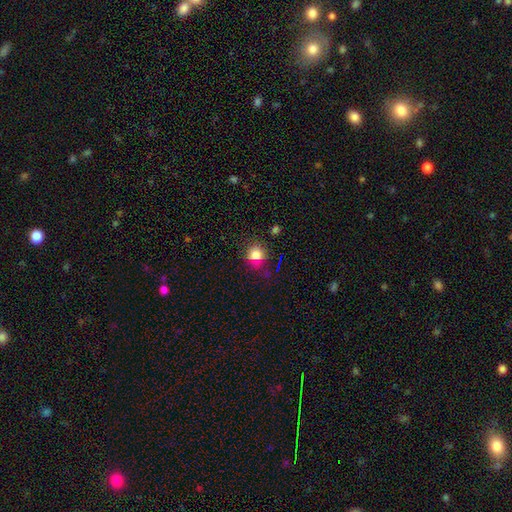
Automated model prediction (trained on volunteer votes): Morphology: type=smooth (79%); roundness=round (82%); merging=none (77%).